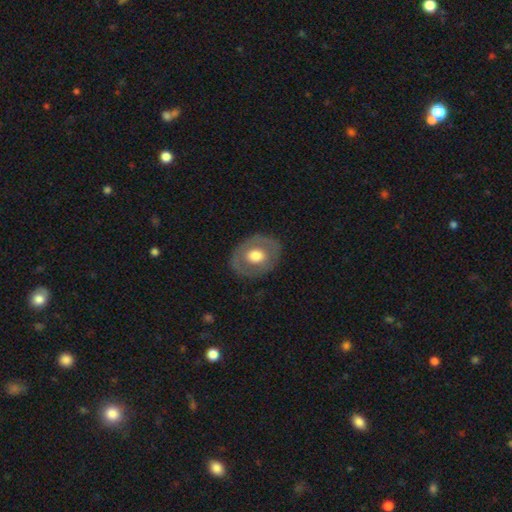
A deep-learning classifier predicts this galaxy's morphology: Smooth or featured: smooth — 51% (featured or disk — 43%)
How rounded: round — 50% (in between — 49%)
Merging: none — 82% (minor disturbance — 12%)